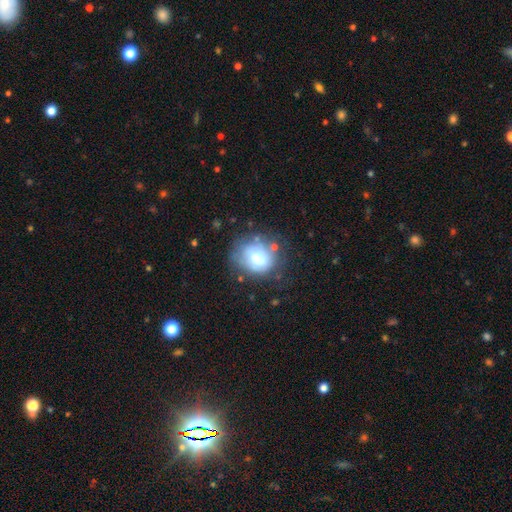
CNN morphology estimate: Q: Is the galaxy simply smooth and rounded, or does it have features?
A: smooth — 60%.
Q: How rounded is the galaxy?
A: round — 65%.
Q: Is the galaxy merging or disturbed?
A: none — 64%.